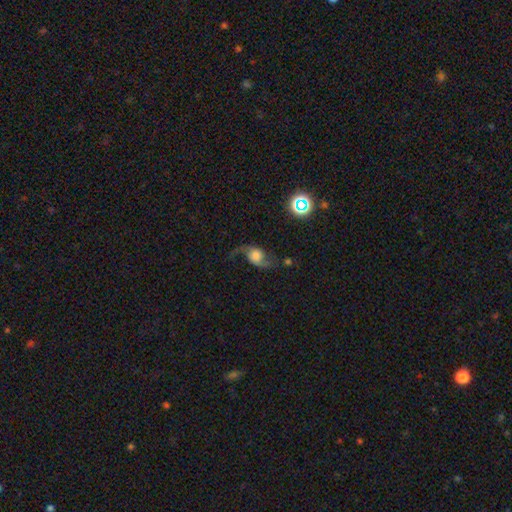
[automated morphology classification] type=featured or disk (77%); edge-on=no (95%); bar=no (69%); spiral arms=yes (95%); winding=loose (86%); arm count=2 (92%); bulge=moderate (36%); merging=none (65%).